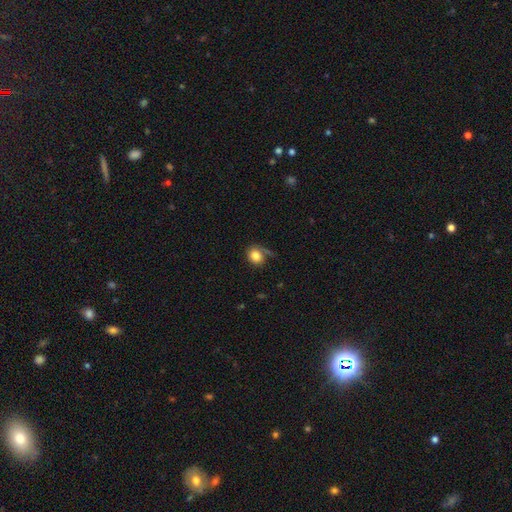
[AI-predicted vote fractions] smooth 82%, star or artifact 9%, featured or disk 9%. Down the decision tree: how rounded — round (67%); merging — none (61%).